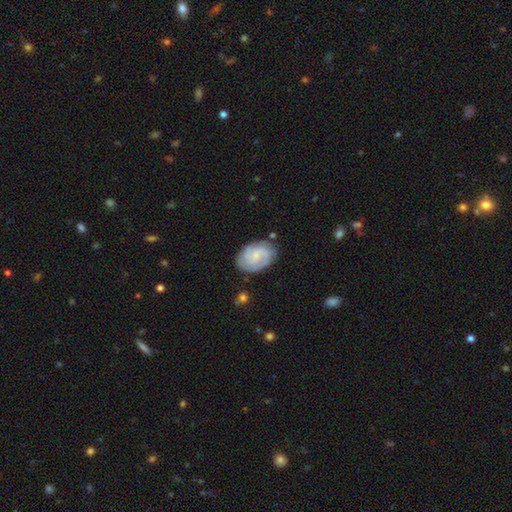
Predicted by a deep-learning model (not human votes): Q: Smooth or featured?
A: featured or disk (71%); runner-up: smooth (23%)
Q: Edge-on disk?
A: no (98%); runner-up: yes (2%)
Q: Bar?
A: no (59%); runner-up: weak (36%)
Q: Spiral arms?
A: yes (94%); runner-up: no (6%)
Q: Spiral winding?
A: tight (53%); runner-up: medium (37%)
Q: Spiral arm count?
A: 2 (32%); runner-up: 3 (27%)
Q: Bulge size?
A: small (65%); runner-up: moderate (18%)
Q: Merging?
A: none (78%); runner-up: minor disturbance (16%)